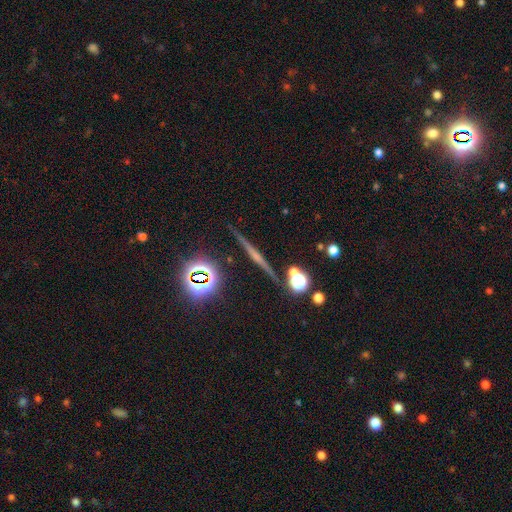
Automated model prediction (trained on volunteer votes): smooth-or-featured: featured or disk: 65% | star or artifact: 19% | smooth: 16%
  disk-edge-on: yes: 97% | no: 3%
    edge-on-bulge: rounded: 59% | none: 30% | boxy: 11%
  merging: none: 90% | minor disturbance: 6% | merger: 2% | major disturbance: 2%